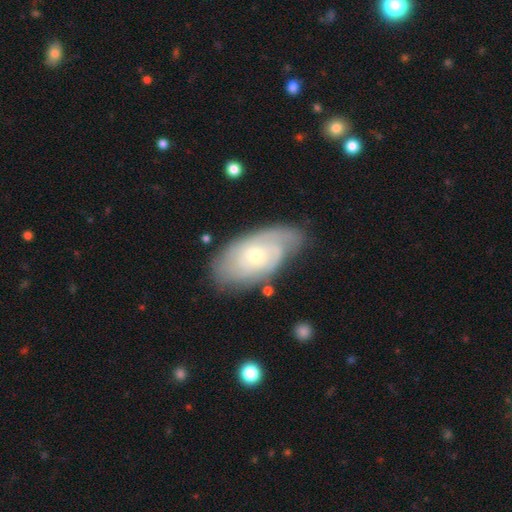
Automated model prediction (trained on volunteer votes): Smooth or featured? Predicted: featured or disk (p=0.75). Edge-on disk? Predicted: no (p=0.94). Bar? Predicted: no (p=0.71). Spiral arms? Predicted: yes (p=0.90). Spiral winding? Predicted: tight (p=0.69). Spiral arm count? Predicted: can't tell (p=0.45). Bulge size? Predicted: small (p=0.58). Merging? Predicted: none (p=0.71).